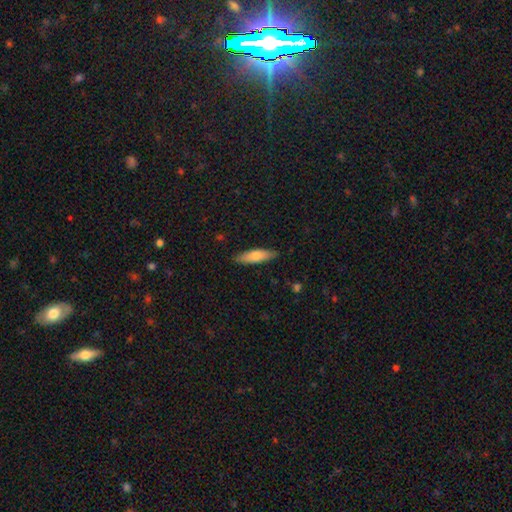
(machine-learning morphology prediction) type=smooth (70%); roundness=cigar-shaped (62%); merging=none (87%).